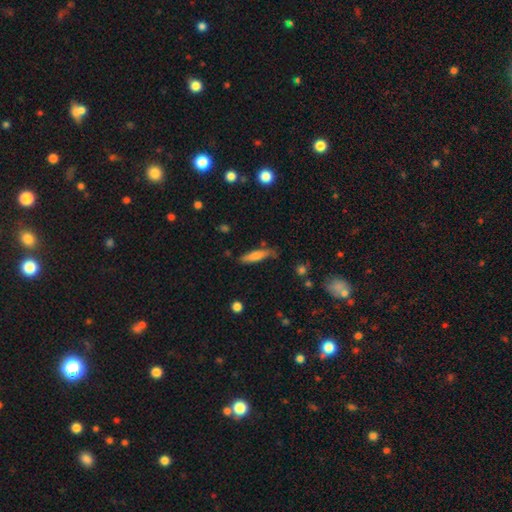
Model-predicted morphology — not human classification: Smooth or featured? smooth (70%)
How rounded? cigar-shaped (77%)
Merging? none (70%)